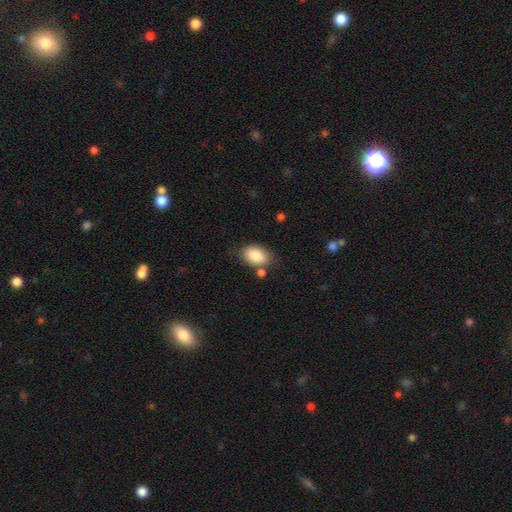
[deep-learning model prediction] This appears to be a smooth galaxy with no disk features (87%) that is in between round and cigar-shaped (87%). Merging: none (72%).